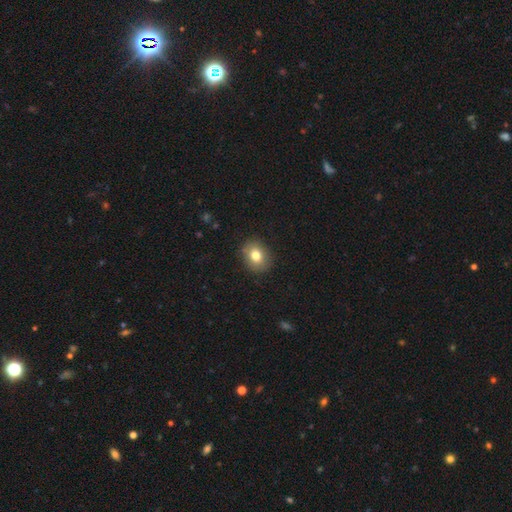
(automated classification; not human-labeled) smooth_or_featured: smooth (p=0.78) [alt: featured or disk p=0.12]
how_rounded: round (p=0.58) [alt: in between p=0.41]
merging: none (p=0.87) [alt: minor disturbance p=0.10]